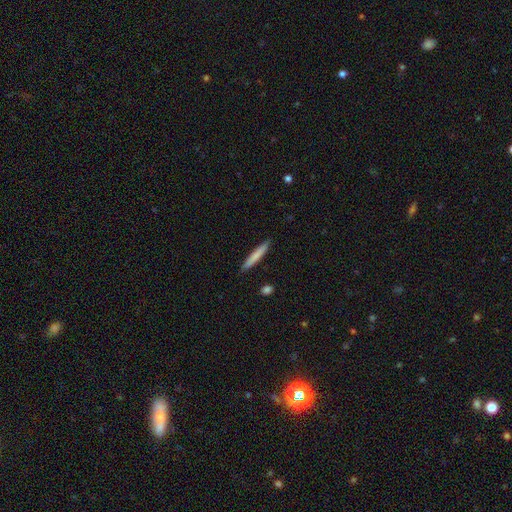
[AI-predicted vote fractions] Morphology: type=smooth (75%); roundness=cigar-shaped (95%); merging=none (91%).